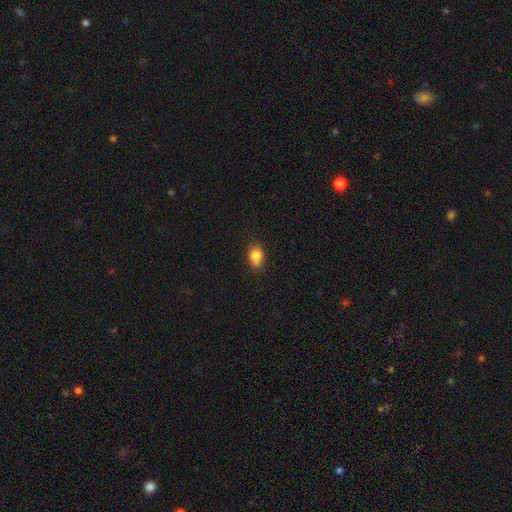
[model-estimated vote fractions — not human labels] Q: Smooth or featured?
A: smooth (84%); runner-up: star or artifact (9%)
Q: How rounded?
A: in between (71%); runner-up: round (27%)
Q: Merging?
A: none (80%); runner-up: minor disturbance (16%)